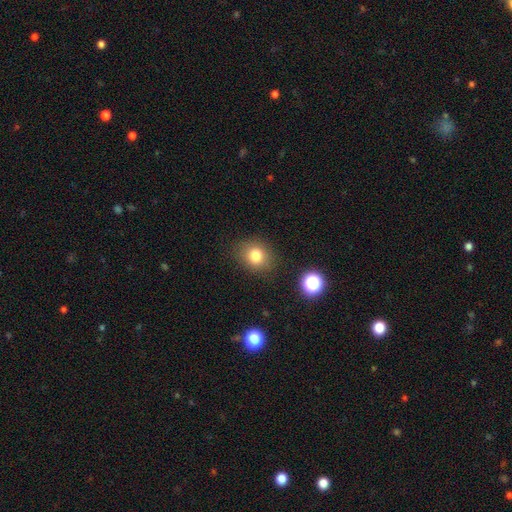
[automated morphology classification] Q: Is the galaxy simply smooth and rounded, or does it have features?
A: smooth — 79%.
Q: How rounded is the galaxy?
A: round — 68%.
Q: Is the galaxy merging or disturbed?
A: none — 84%.